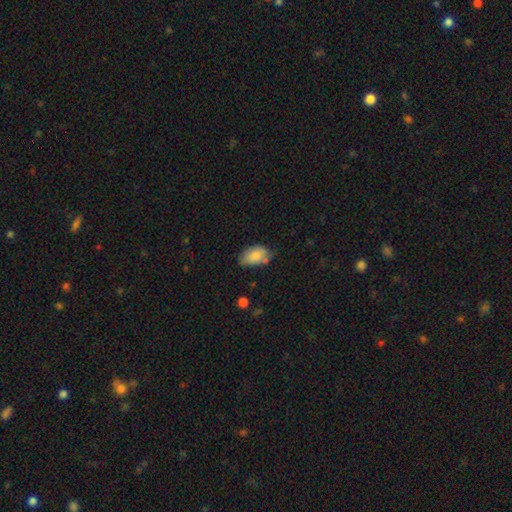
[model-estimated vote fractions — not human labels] smooth_or_featured: smooth (p=0.82) [alt: featured or disk p=0.12]
how_rounded: in between (p=0.92) [alt: round p=0.07]
merging: none (p=0.60) [alt: minor disturbance p=0.28]